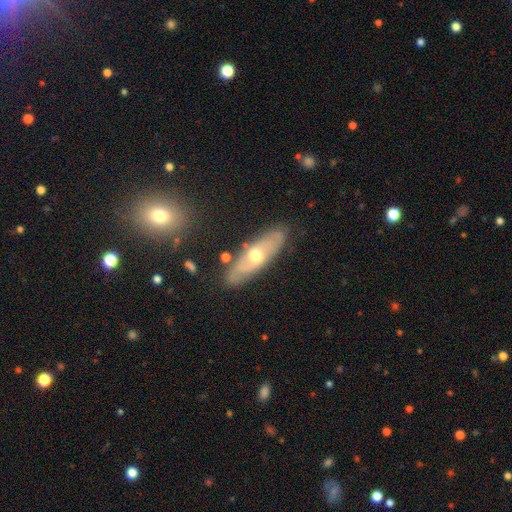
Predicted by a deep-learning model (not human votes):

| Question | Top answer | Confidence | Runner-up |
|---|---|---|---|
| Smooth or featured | featured or disk | 61% | smooth (34%) |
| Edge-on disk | no | 69% | yes (31%) |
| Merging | none | 82% | minor disturbance (13%) |